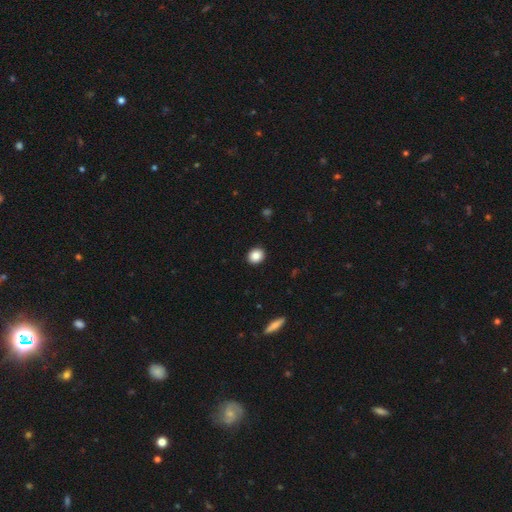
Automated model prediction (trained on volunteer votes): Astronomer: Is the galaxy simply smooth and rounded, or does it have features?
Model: smooth — 86%.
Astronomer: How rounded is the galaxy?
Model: round — 78%.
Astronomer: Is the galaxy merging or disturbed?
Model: none — 92%.